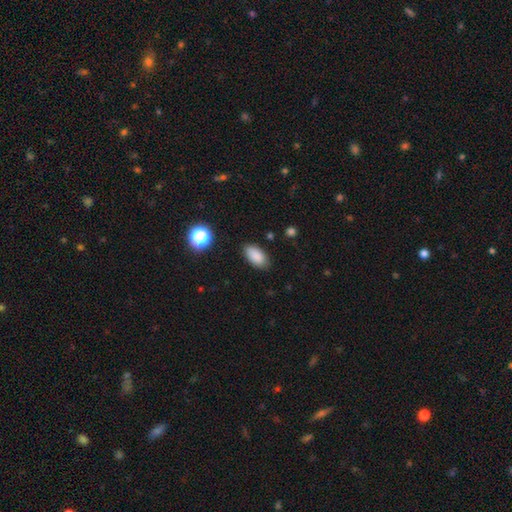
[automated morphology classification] A smooth galaxy with no disk features (86%) that is in between round and cigar-shaped (93%).

Vote fractions:
- Smooth or featured? smooth: 86% / star or artifact: 9% / featured or disk: 4%
- How rounded? in between: 93% / round: 4% / cigar-shaped: 3%
- Merging? none: 85% / minor disturbance: 11% / major disturbance: 3% / merger: 1%